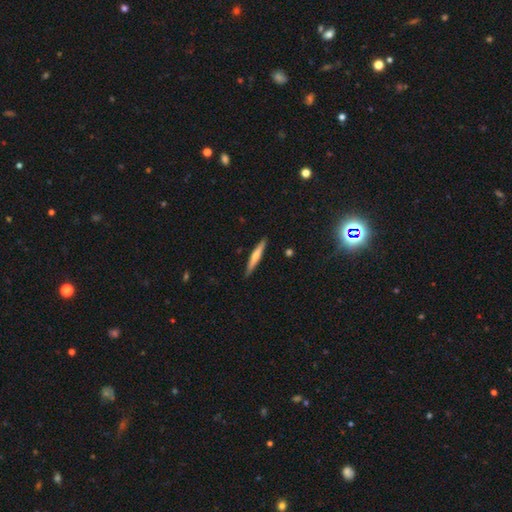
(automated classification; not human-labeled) Morphology: type=smooth (54%); roundness=cigar-shaped (94%); merging=none (89%).